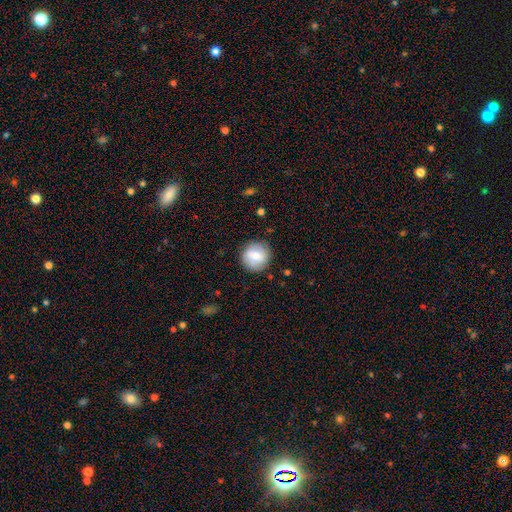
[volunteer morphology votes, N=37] Volunteers were most divided on "smooth or featured": smooth: 73%, featured or disk: 27%, star or artifact: 0%. More confident: how rounded — round (93%); merging — none (84%).